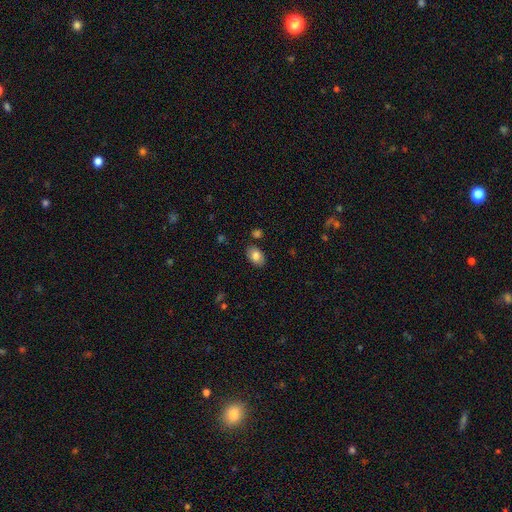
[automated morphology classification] type=smooth (82%); roundness=in between (86%); merging=none (84%).